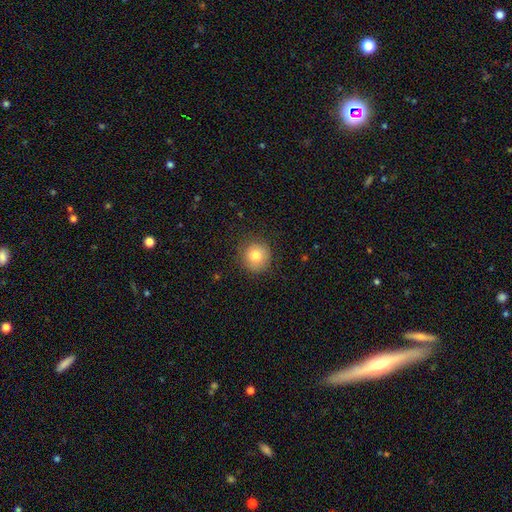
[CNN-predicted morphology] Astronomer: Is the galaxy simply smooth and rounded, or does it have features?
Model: smooth — 79%.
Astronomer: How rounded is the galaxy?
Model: round — 93%.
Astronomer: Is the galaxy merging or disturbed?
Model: none — 85%.